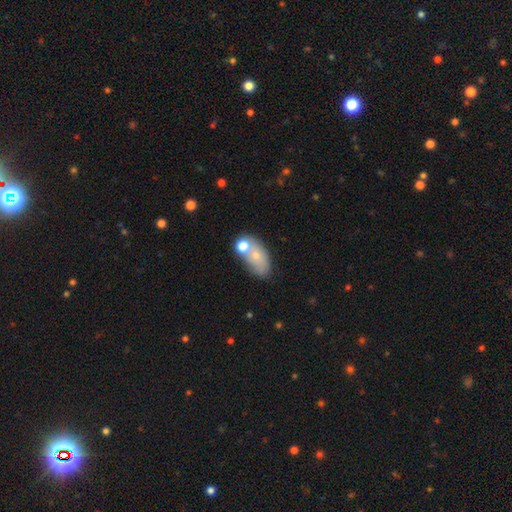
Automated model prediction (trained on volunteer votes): Morphology: type=smooth (63%); roundness=in between (86%); merging=merger (39%).